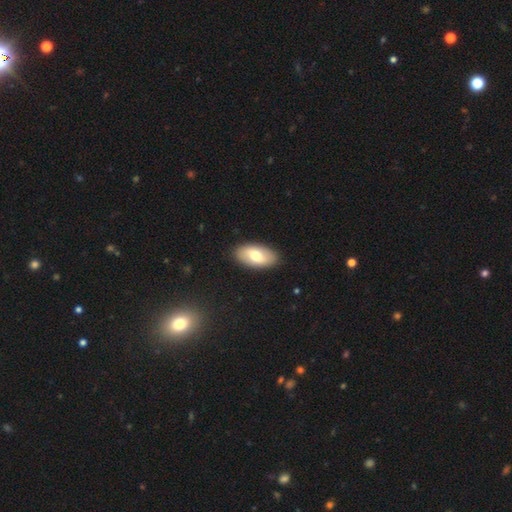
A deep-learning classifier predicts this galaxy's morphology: Smooth or featured? smooth (68%)
How rounded? in between (94%)
Merging? none (89%)